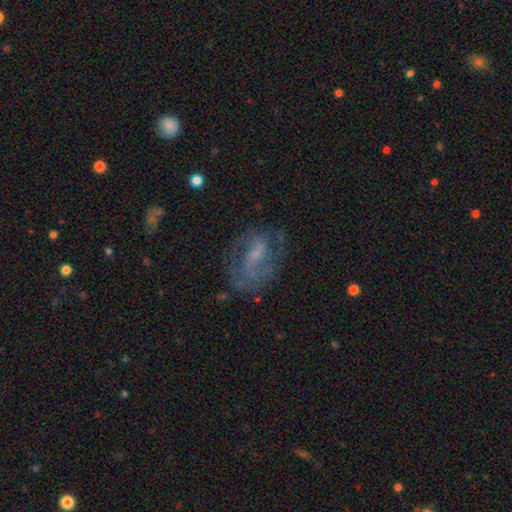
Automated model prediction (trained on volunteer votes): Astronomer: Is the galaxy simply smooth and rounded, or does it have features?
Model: featured or disk — 67%.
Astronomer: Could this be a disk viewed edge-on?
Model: no — 96%.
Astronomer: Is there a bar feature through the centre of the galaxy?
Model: weak — 47% (runner-up: no, 34%).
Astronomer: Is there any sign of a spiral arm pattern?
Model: yes — 75%.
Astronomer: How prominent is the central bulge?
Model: small — 38% (runner-up: none, 34%).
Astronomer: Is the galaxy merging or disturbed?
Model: none — 58%.